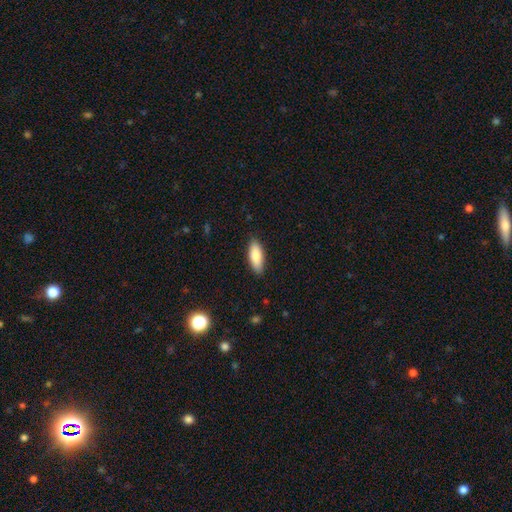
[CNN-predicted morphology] type=smooth (83%); roundness=in between (72%); merging=none (87%).